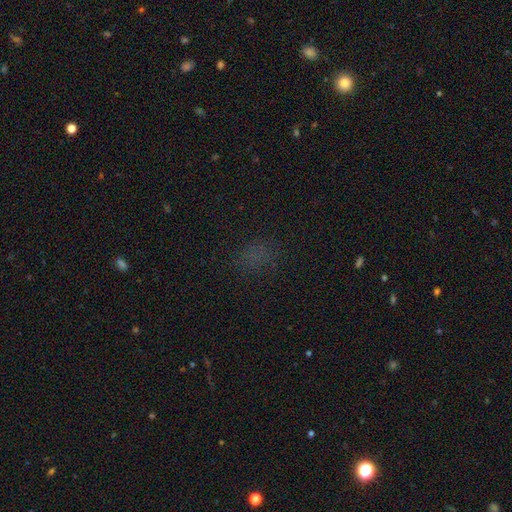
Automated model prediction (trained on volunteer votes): The model was most divided on "how rounded": in between: 49%, round: 48%, cigar-shaped: 3%. More confident: merging — none (77%); smooth or featured — smooth (57%).